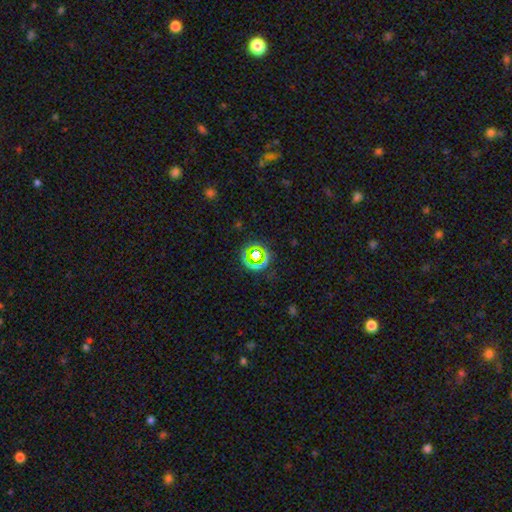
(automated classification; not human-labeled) Smooth or featured?
  - star or artifact: 55% *
  - smooth: 32%
  - featured or disk: 13%